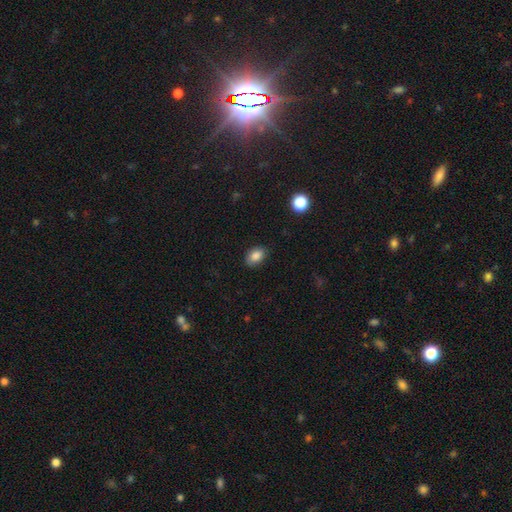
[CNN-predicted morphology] The model was most divided on "how rounded": in between: 84%, round: 15%, cigar-shaped: 1%. More confident: smooth or featured — smooth (86%); merging — none (84%).